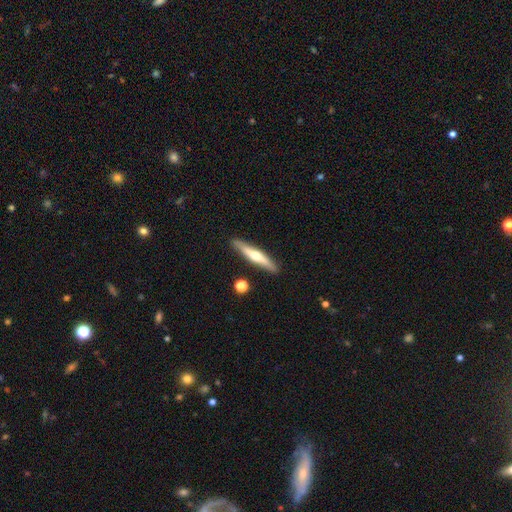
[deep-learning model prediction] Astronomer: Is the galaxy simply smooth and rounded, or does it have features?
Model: featured or disk — 57% (runner-up: smooth, 37%).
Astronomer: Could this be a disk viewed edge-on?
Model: yes — 94%.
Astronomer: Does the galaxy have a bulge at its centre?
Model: rounded — 88%.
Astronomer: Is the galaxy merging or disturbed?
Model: none — 88%.